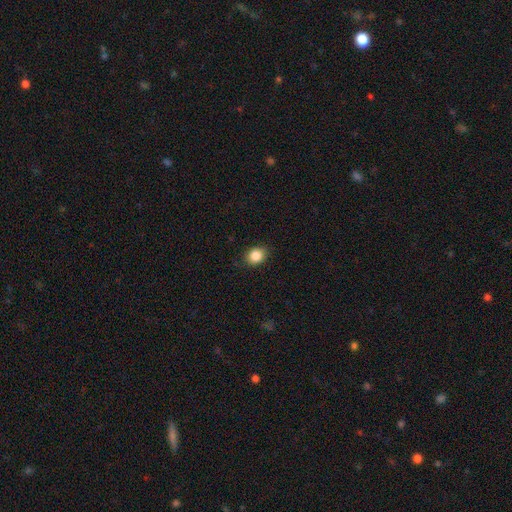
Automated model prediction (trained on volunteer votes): A smooth galaxy with no disk features (86%) that is round (57%). Merging: none (87%).